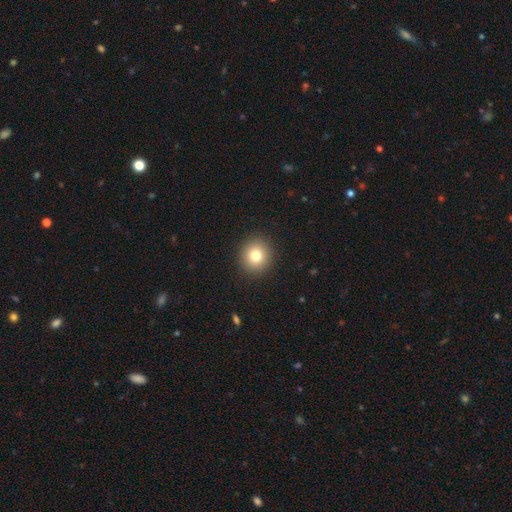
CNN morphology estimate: This appears to be a smooth galaxy with no disk features (79%) that is round (89%). Merging: none (92%).